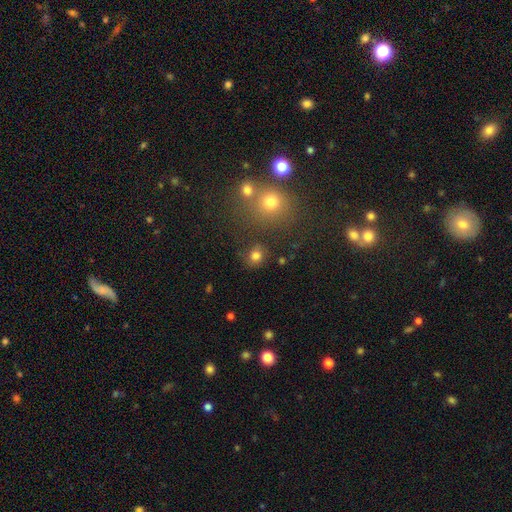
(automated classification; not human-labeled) smooth 77%, star or artifact 16%, featured or disk 6%. Down the decision tree: how rounded — round (81%); merging — none (79%).